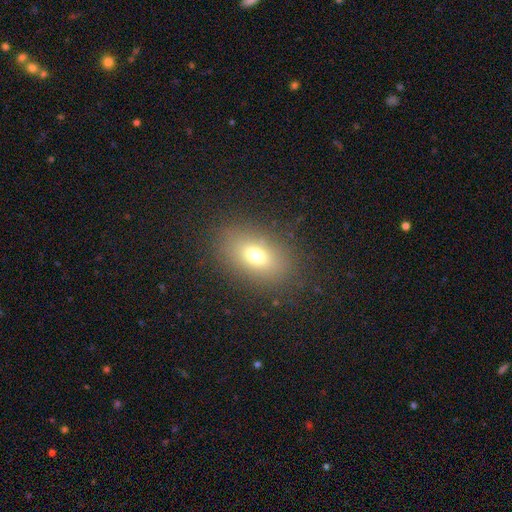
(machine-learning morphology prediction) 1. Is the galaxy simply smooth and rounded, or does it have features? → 71% smooth, 15% featured or disk, 14% star or artifact.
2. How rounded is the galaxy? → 81% in between, 16% round, 3% cigar-shaped.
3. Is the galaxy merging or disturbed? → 85% none, 9% minor disturbance, 4% major disturbance, 1% merger.